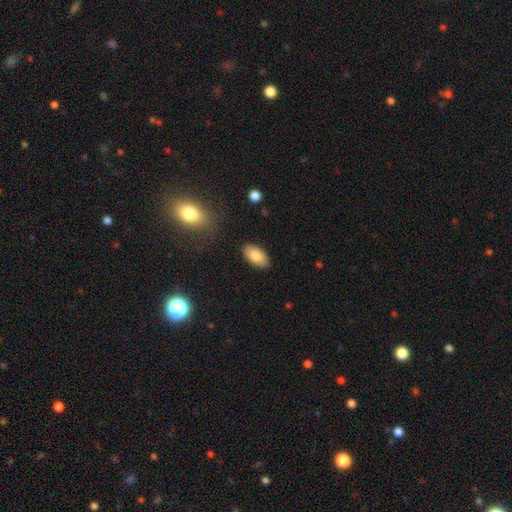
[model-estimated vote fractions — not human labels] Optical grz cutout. It shows a smooth galaxy with no disk features (84%) that is in between round and cigar-shaped (95%). Merging: none (87%).